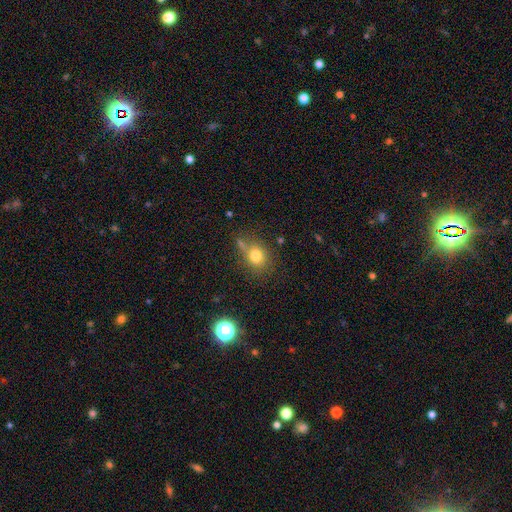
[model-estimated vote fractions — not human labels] Smooth or featured?
  - smooth: 76% *
  - star or artifact: 14%
  - featured or disk: 10%
How rounded?
  - round: 66% *
  - in between: 33%
  - cigar-shaped: 2%
Merging?
  - none: 61% *
  - minor disturbance: 19%
  - merger: 12%
  - major disturbance: 8%